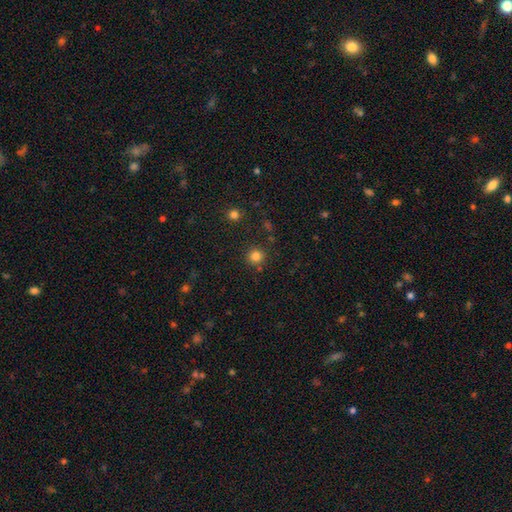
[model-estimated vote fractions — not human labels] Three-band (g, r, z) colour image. It shows a smooth galaxy with no disk features (82%) that is round (93%). Merging: none (86%).